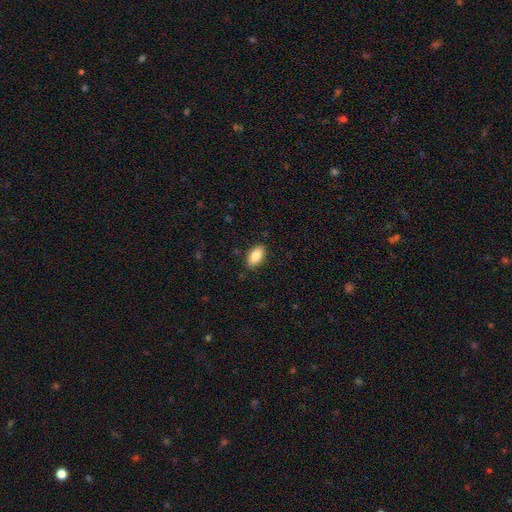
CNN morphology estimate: Smooth or featured: smooth — 84% (featured or disk — 9%)
How rounded: in between — 91% (cigar-shaped — 5%)
Merging: none — 86% (minor disturbance — 11%)